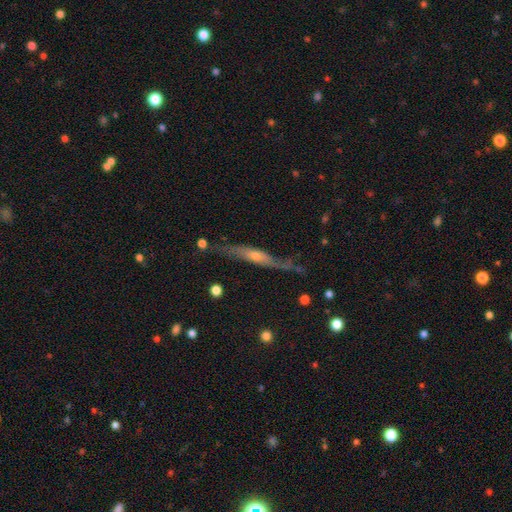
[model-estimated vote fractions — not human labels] Smooth or featured?
  - featured or disk: 68% *
  - smooth: 25%
  - star or artifact: 7%
Edge-on disk?
  - yes: 70% *
  - no: 30%
Merging?
  - none: 61% *
  - minor disturbance: 25%
  - major disturbance: 10%
  - merger: 4%